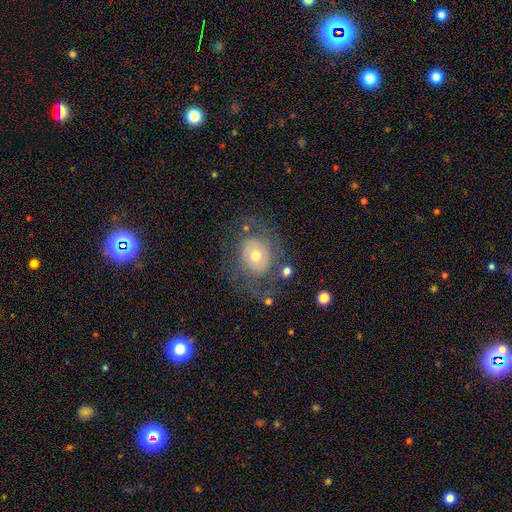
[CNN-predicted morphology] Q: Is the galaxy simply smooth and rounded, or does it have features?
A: featured or disk — 54%.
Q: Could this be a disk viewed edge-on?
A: no — 96%.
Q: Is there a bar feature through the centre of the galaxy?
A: no — 81%.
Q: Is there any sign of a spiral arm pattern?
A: yes — 62%.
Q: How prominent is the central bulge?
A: moderate — 58%.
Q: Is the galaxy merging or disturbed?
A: none — 57%.